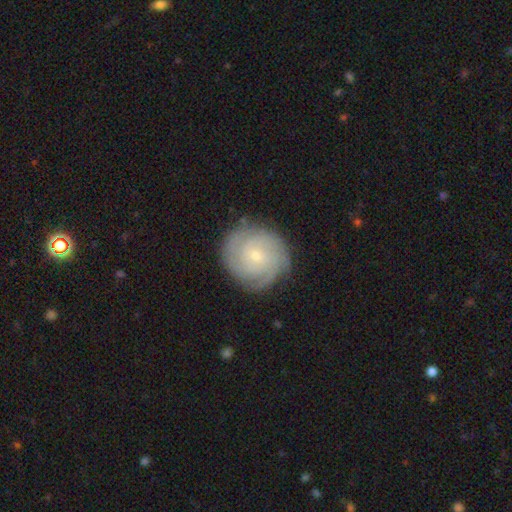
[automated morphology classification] Smooth or featured? Predicted: featured or disk (p=0.77). Edge-on disk? Predicted: no (p=0.98). Bar? Predicted: no (p=0.67). Spiral arms? Predicted: yes (p=0.94). Spiral winding? Predicted: tight (p=0.75). Spiral arm count? Predicted: can't tell (p=0.30). Bulge size? Predicted: small (p=0.80). Merging? Predicted: none (p=0.82).